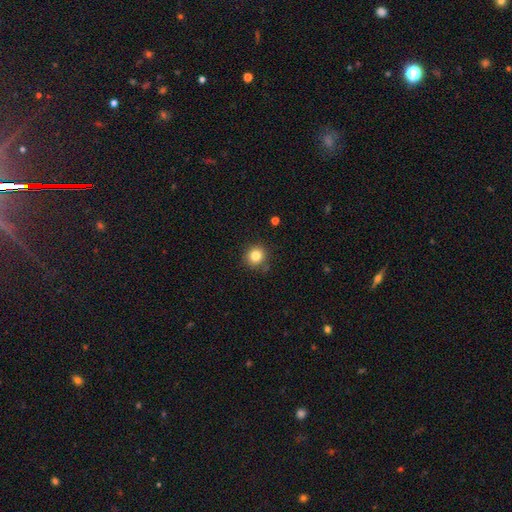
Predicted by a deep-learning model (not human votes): Smooth or featured: smooth — 82% (star or artifact — 12%)
How rounded: round — 90% (in between — 9%)
Merging: none — 83% (minor disturbance — 11%)